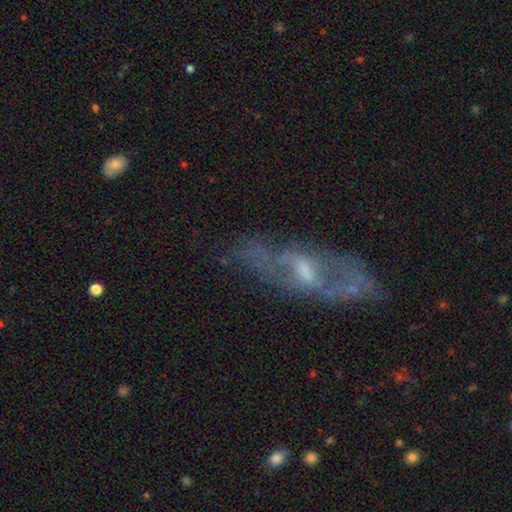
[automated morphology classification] featured or disk 68%, smooth 21%, star or artifact 11%. Down the decision tree: edge-on disk — no (74%); bar — weak (43%); spiral arms — no (54%); bulge size — moderate (42%); merging — none (59%).